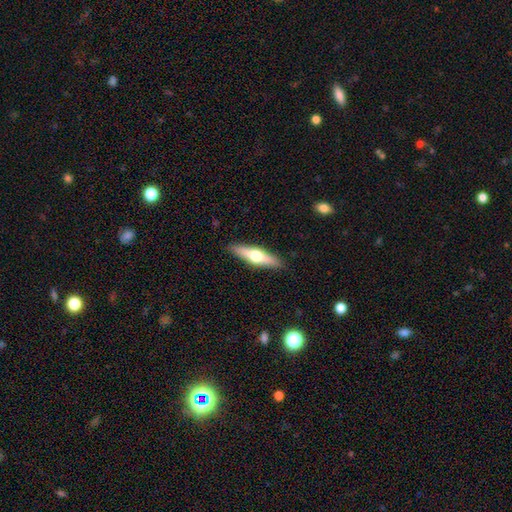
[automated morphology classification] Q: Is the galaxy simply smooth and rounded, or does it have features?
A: featured or disk — 53%.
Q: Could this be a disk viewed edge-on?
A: yes — 93%.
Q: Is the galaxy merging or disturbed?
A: none — 90%.